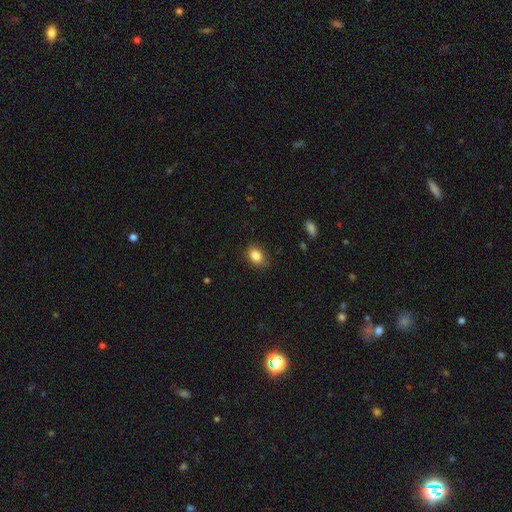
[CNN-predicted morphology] Q: Smooth or featured?
A: smooth (85%); runner-up: star or artifact (9%)
Q: How rounded?
A: in between (67%); runner-up: round (32%)
Q: Merging?
A: none (78%); runner-up: minor disturbance (17%)